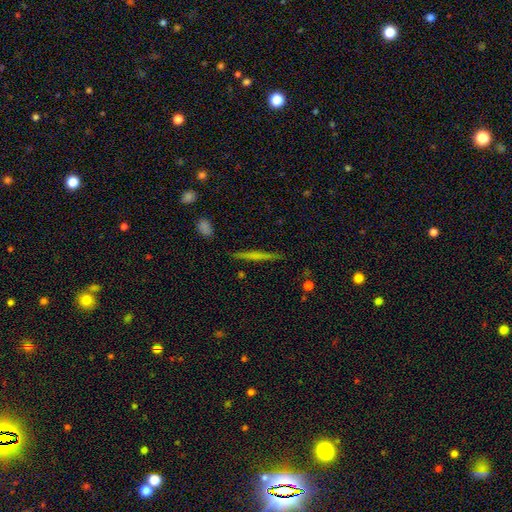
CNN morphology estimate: type=featured or disk (48%); merging=none (89%).